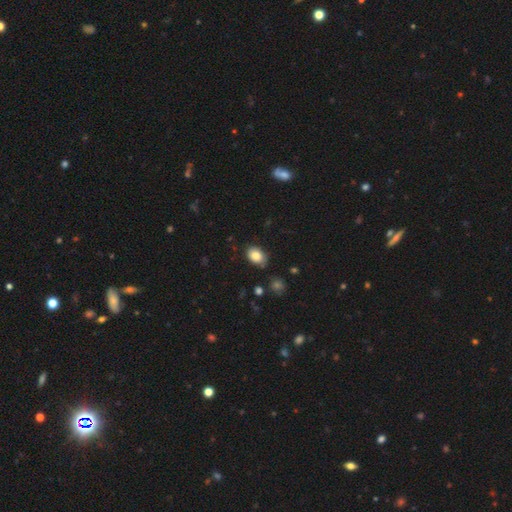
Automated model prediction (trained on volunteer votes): Morphology: type=smooth (84%); roundness=in between (75%); merging=none (78%).